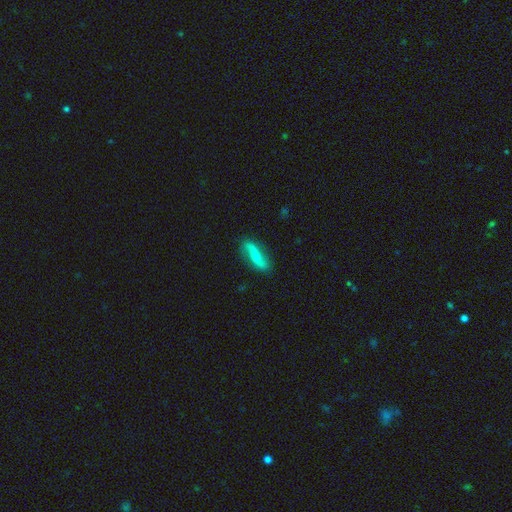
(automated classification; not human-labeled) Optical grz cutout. It shows a featured or disk galaxy (52%). Merging: none (73%).